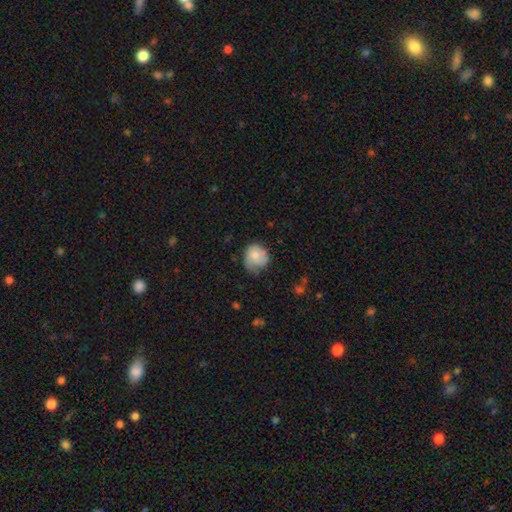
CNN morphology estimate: This is likely a smooth galaxy (70%). How rounded: likely round (72%). Merging: possibly none (47%).